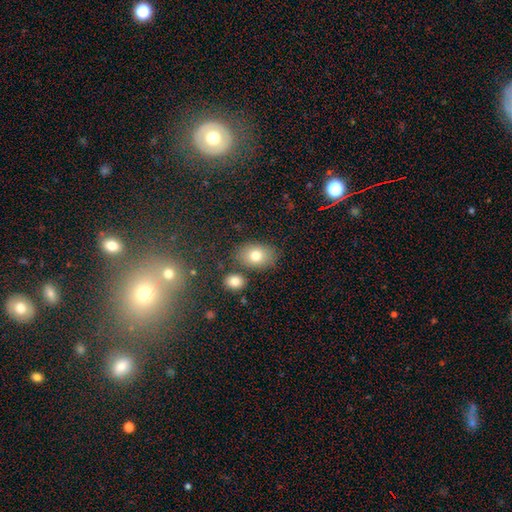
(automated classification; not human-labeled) smooth-or-featured: smooth: 79% | featured or disk: 12% | star or artifact: 9%
  how-rounded: in between: 81% | round: 18% | cigar-shaped: 1%
  merging: none: 76% | minor disturbance: 12% | merger: 9% | major disturbance: 3%